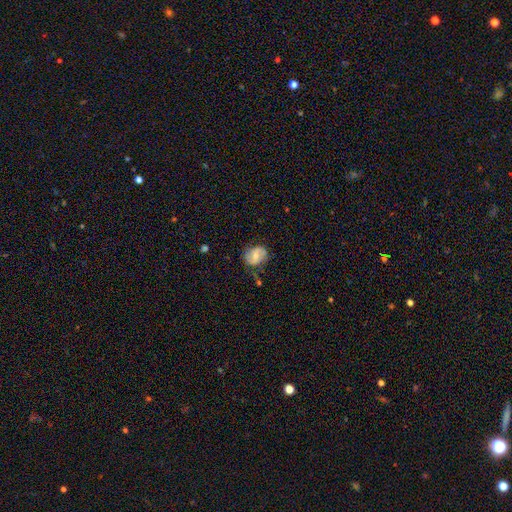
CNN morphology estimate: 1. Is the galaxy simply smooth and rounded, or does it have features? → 52% featured or disk, 40% smooth, 7% star or artifact.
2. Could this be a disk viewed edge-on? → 97% no, 3% yes.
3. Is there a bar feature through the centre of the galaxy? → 53% no, 37% weak, 10% strong.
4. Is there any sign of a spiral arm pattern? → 79% yes, 21% no.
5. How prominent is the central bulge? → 60% moderate, 35% small, 2% large, 2% none, 1% dominant.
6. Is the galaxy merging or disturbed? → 69% none, 22% minor disturbance, 7% major disturbance, 2% merger.